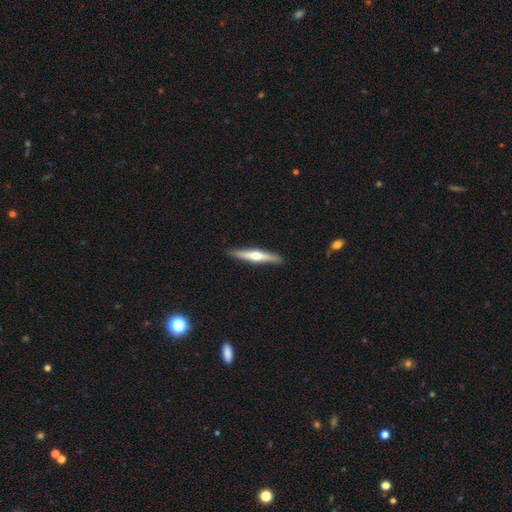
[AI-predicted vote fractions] Overall: featured or disk (62%; smooth 33%). Edge-on disk: yes (97%). Edge-on bulge: rounded (91%). Merging: none (91%).